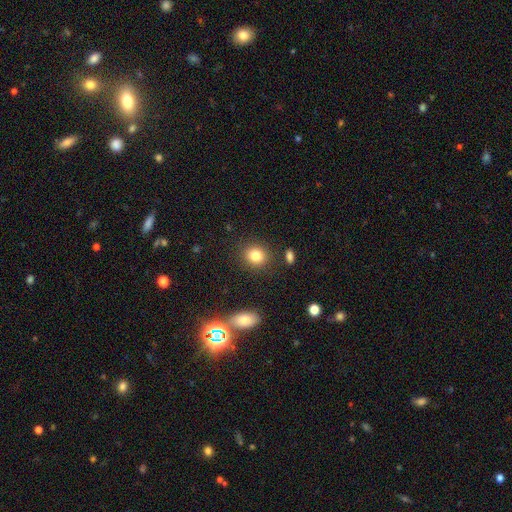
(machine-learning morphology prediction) A smooth galaxy with no disk features (83%) that is round (74%).

Vote fractions:
- Smooth or featured? smooth: 83% / star or artifact: 10% / featured or disk: 7%
- How rounded? round: 74% / in between: 25% / cigar-shaped: 1%
- Merging? none: 86% / minor disturbance: 8% / merger: 3% / major disturbance: 3%